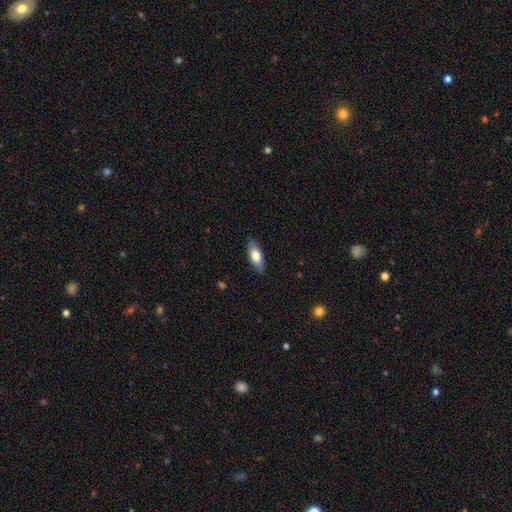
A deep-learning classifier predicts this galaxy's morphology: The model was most divided on "smooth or featured": smooth: 70%, featured or disk: 24%, star or artifact: 6%. More confident: merging — none (86%); how rounded — in between (76%).